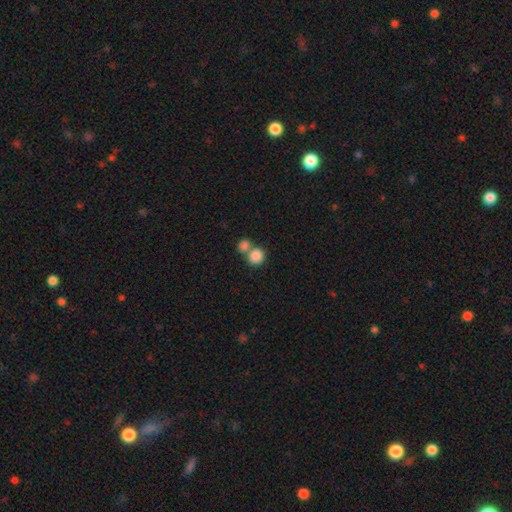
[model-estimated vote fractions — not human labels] Smooth or featured? Predicted: smooth (p=0.85). How rounded? Predicted: round (p=0.83). Merging? Predicted: merger (p=0.50).